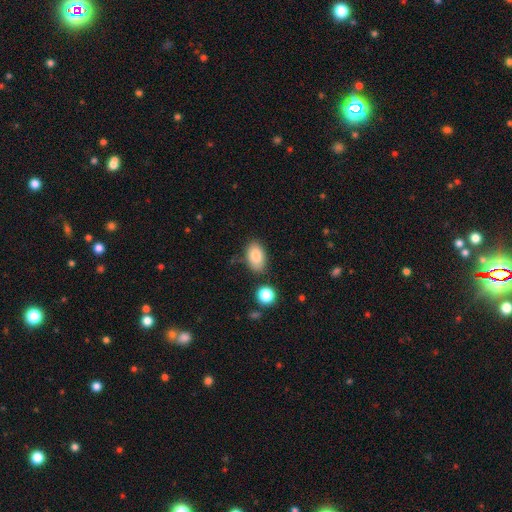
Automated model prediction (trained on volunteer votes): smooth-or-featured: smooth: 84% | featured or disk: 9% | star or artifact: 8%
  how-rounded: in between: 91% | round: 7% | cigar-shaped: 2%
  merging: none: 78% | minor disturbance: 14% | merger: 5% | major disturbance: 3%